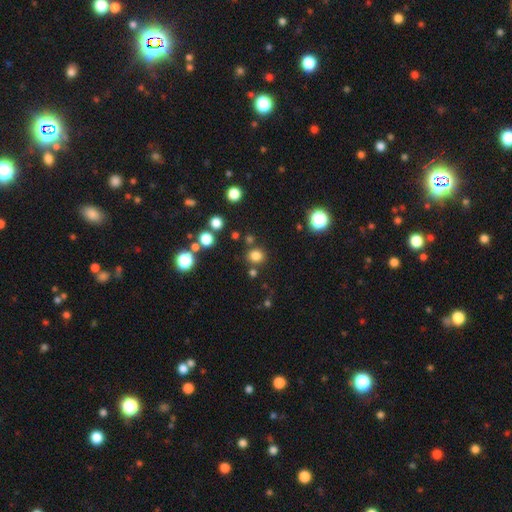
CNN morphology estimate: Overall: smooth (79%). How rounded: round (85%). Merging: none (82%).